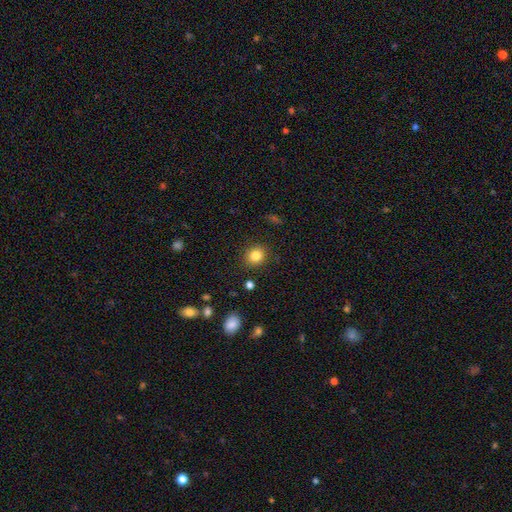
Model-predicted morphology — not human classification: Overall: smooth (83%). How rounded: round (80%). Merging: none (88%).